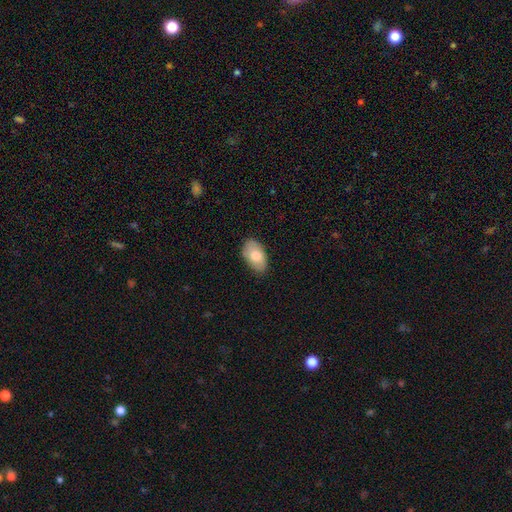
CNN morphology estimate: smooth-or-featured: smooth: 75% | featured or disk: 19% | star or artifact: 6%
  how-rounded: in between: 92% | round: 6% | cigar-shaped: 1%
  merging: none: 81% | minor disturbance: 15% | major disturbance: 3% | merger: 1%